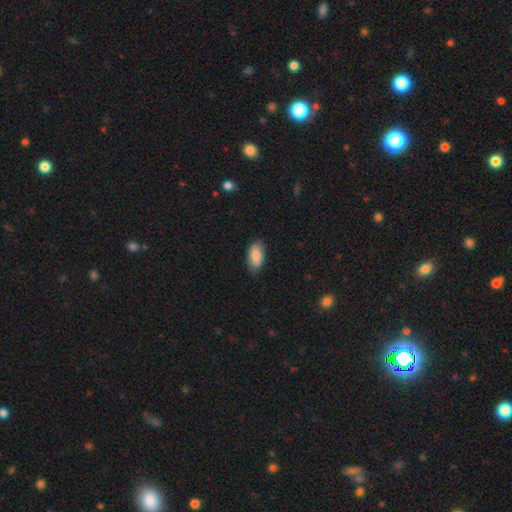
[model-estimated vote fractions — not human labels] Smooth or featured?
  - smooth: 76% *
  - featured or disk: 17%
  - star or artifact: 6%
How rounded?
  - in between: 92% *
  - cigar-shaped: 5%
  - round: 3%
Merging?
  - none: 81% *
  - minor disturbance: 15%
  - major disturbance: 3%
  - merger: 1%